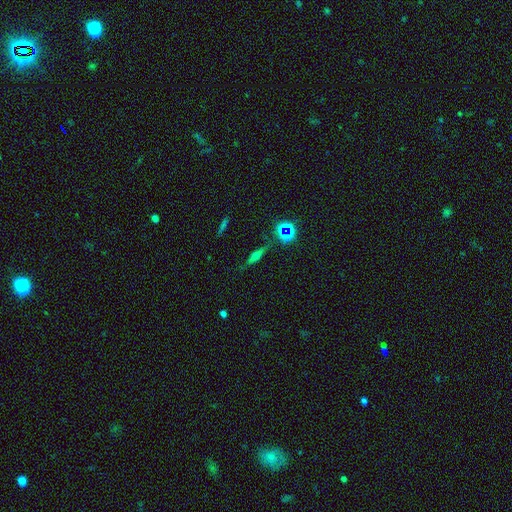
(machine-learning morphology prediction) This appears to be a featured or disk galaxy (38%, tied with smooth). Merging: none (80%).